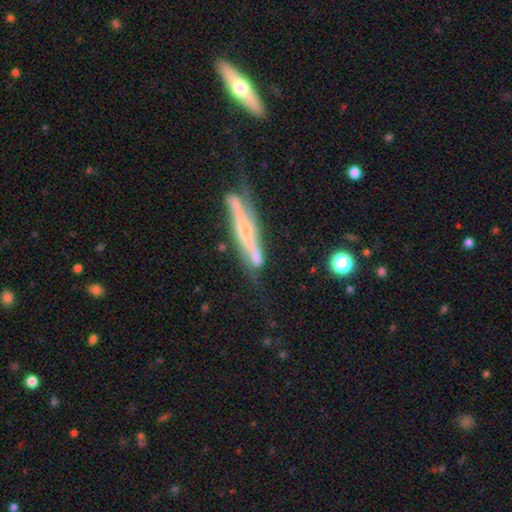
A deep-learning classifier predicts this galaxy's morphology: Smooth or featured: featured or disk — 62% (smooth — 29%)
Edge-on disk: yes — 79% (no — 21%)
Merging: none — 48% (minor disturbance — 23%)